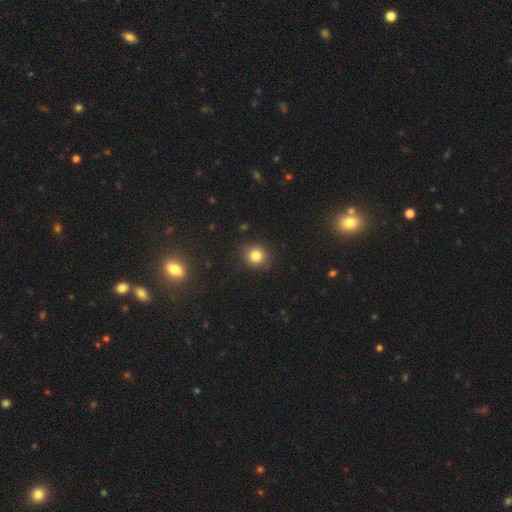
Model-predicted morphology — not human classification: This is clearly a smooth galaxy (81%). How rounded: clearly round (89%). Merging: clearly none (86%).